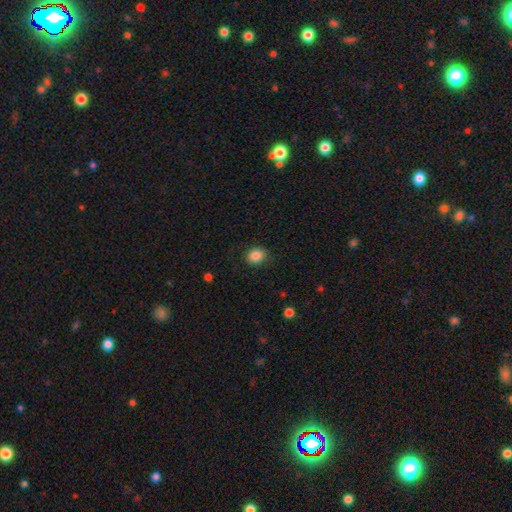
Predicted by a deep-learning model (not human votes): smooth-or-featured: smooth: 86% | star or artifact: 10% | featured or disk: 4%
  how-rounded: round: 67% | in between: 32% | cigar-shaped: 1%
  merging: none: 87% | minor disturbance: 10% | major disturbance: 3% | merger: 1%